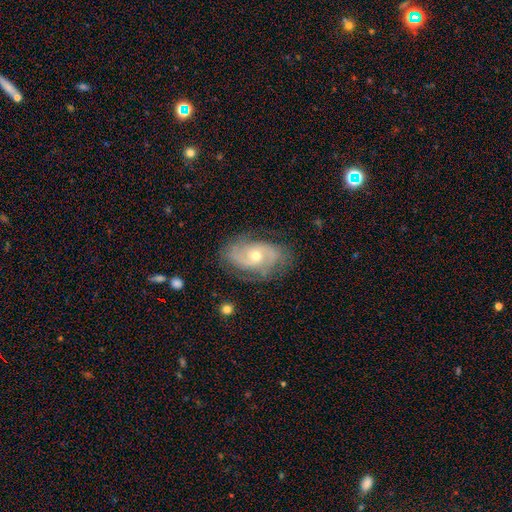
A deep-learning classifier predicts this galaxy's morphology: type=featured or disk (80%); edge-on=no (96%); bar=no (71%); spiral arms=yes (92%); winding=tight (43%); arm count=2 (56%); bulge=moderate (55%); merging=none (72%).